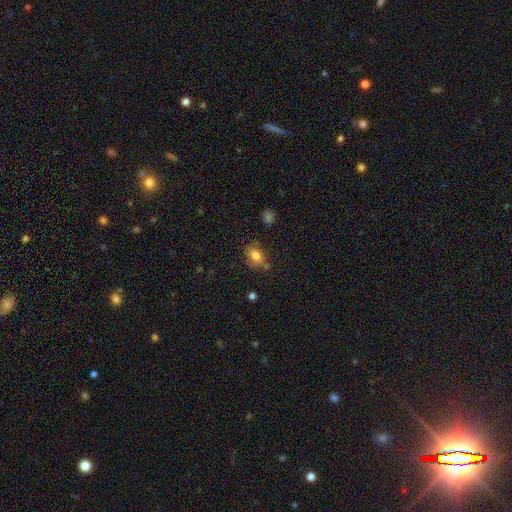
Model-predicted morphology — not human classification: Smooth or featured? Predicted: smooth (p=0.79). How rounded? Predicted: in between (p=0.65). Merging? Predicted: none (p=0.67).